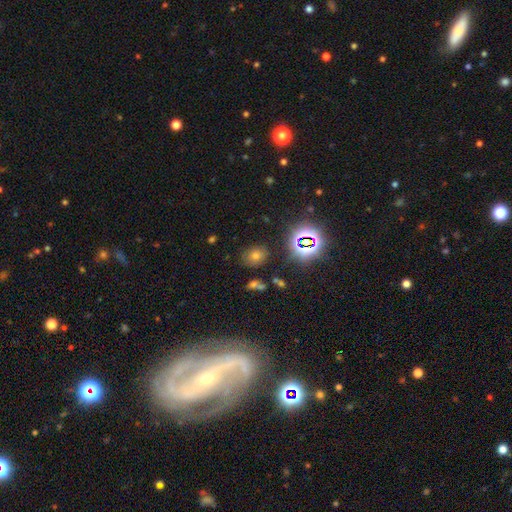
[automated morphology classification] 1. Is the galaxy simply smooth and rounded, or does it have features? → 54% smooth, 35% star or artifact, 11% featured or disk.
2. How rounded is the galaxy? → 53% round, 45% in between, 1% cigar-shaped.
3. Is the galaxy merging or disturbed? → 82% none, 11% minor disturbance, 4% major disturbance, 4% merger.